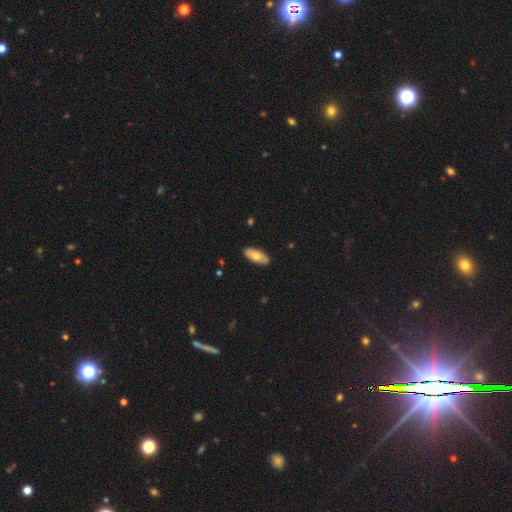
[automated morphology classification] Overall: smooth (59%; featured or disk 35%). How rounded: in between (86%). Merging: none (85%).